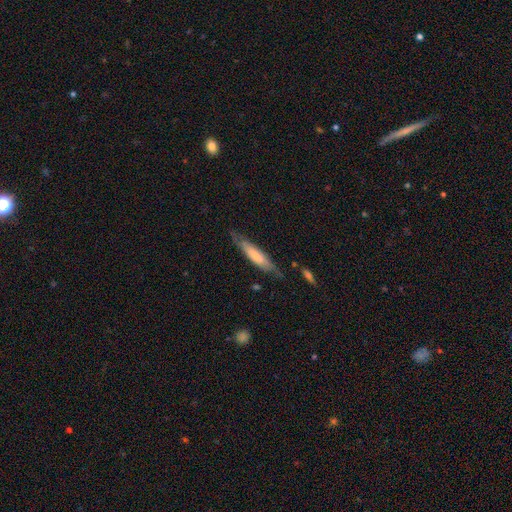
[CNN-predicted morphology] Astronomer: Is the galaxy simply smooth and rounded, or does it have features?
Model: smooth — 61%.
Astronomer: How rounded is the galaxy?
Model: cigar-shaped — 78%.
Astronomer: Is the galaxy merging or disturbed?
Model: none — 68%.